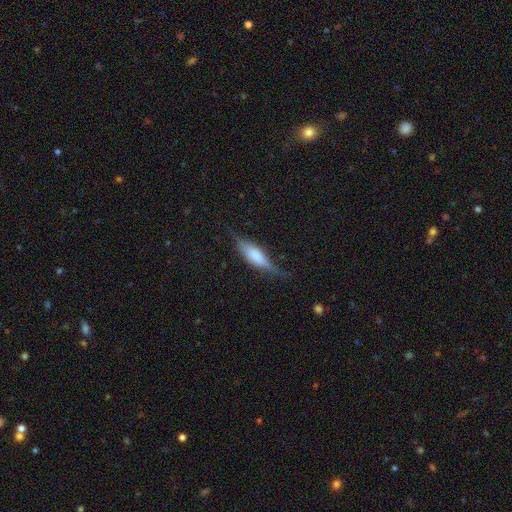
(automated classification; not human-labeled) A featured or disk galaxy (49%). Merging: none (65%).